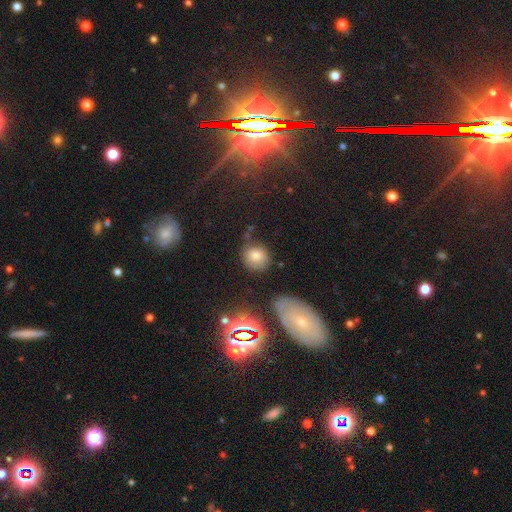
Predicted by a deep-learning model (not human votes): Q: Smooth or featured?
A: smooth (74%); runner-up: star or artifact (15%)
Q: How rounded?
A: round (81%); runner-up: in between (18%)
Q: Merging?
A: none (69%); runner-up: minor disturbance (17%)